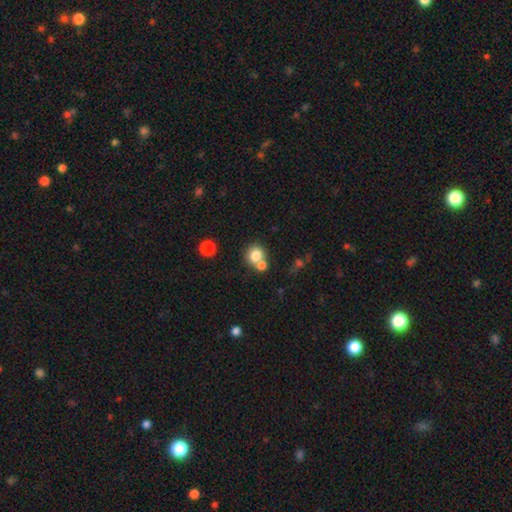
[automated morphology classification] This appears to be a smooth galaxy with no disk features (79%) that is round (86%). Merging: none (52%).